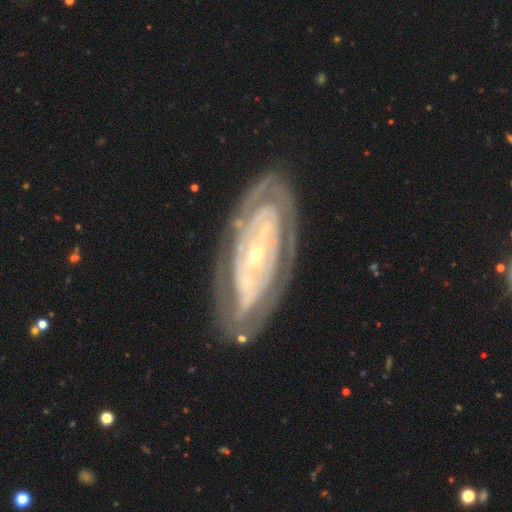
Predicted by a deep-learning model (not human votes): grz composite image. It shows a featured or disk galaxy (86%) with no bar (67%), tight (81%) spiral arms (90%) and a small central bulge (77%). Merging: none (78%).